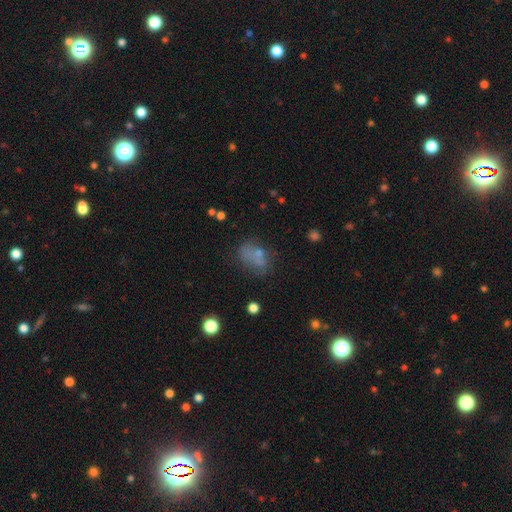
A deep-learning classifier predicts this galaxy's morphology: Smooth or featured?
  - smooth: 61% *
  - featured or disk: 20%
  - star or artifact: 19%
How rounded?
  - in between: 72% *
  - round: 25%
  - cigar-shaped: 3%
Merging?
  - none: 40% *
  - minor disturbance: 21%
  - merger: 20%
  - major disturbance: 19%